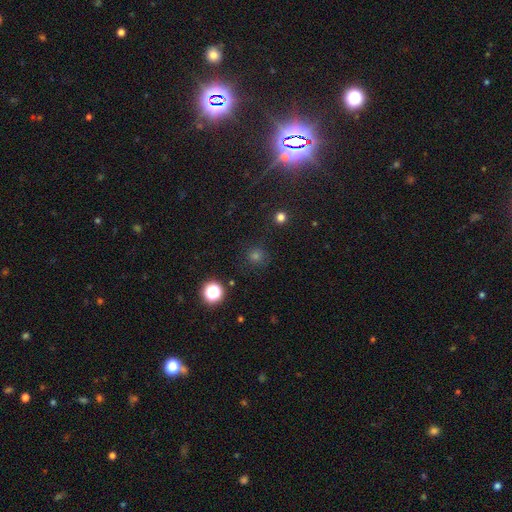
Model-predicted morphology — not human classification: Smooth or featured? smooth (54%)
How rounded? round (93%)
Merging? none (87%)